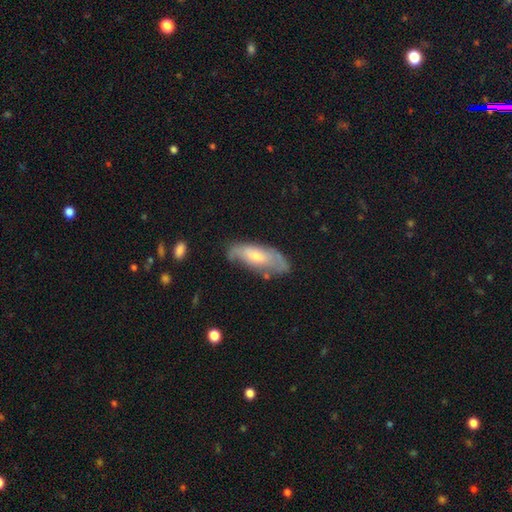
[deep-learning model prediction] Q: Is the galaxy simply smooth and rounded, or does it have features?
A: featured or disk — 52%.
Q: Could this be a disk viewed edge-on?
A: no — 79%.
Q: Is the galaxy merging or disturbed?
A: none — 63%.